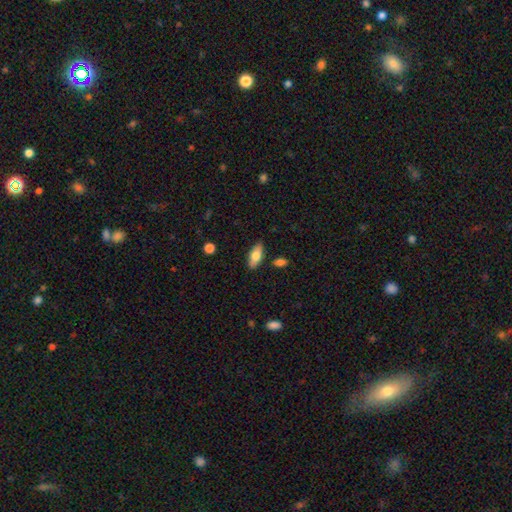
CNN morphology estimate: smooth 71%, featured or disk 22%, star or artifact 6%. Down the decision tree: how rounded — in between (83%); merging — none (85%).